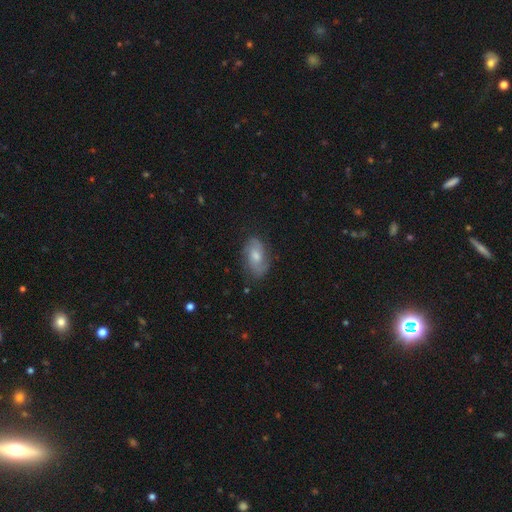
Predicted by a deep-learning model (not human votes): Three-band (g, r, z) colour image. It shows a featured or disk galaxy (56%) with no bar (67%), spiral arms (85%) and a moderate central bulge (61%). Merging: none (77%).